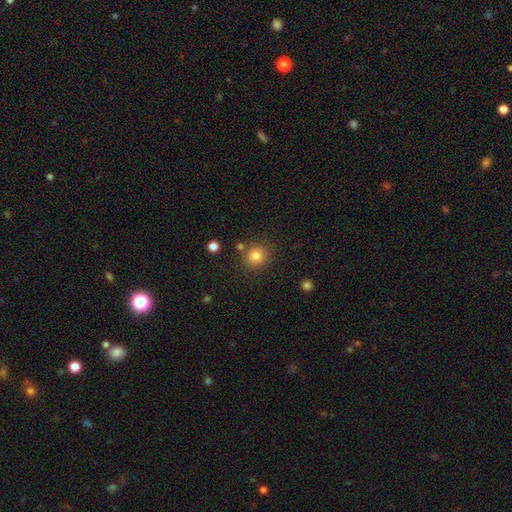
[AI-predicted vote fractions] Morphology: type=smooth (82%); roundness=round (87%); merging=none (82%).